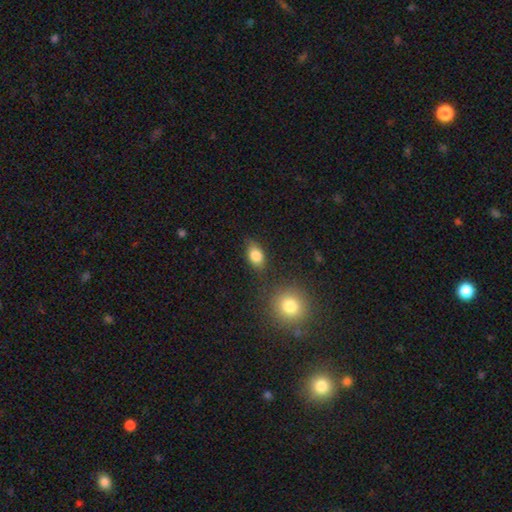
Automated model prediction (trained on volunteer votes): Smooth or featured? Predicted: smooth (p=0.82). How rounded? Predicted: in between (p=0.79). Merging? Predicted: none (p=0.73).